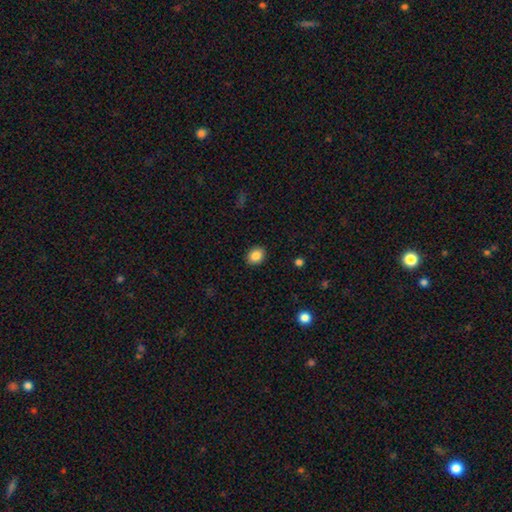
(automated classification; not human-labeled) Smooth or featured: smooth — 87% (star or artifact — 9%)
How rounded: round — 51% (in between — 48%)
Merging: none — 89% (minor disturbance — 7%)